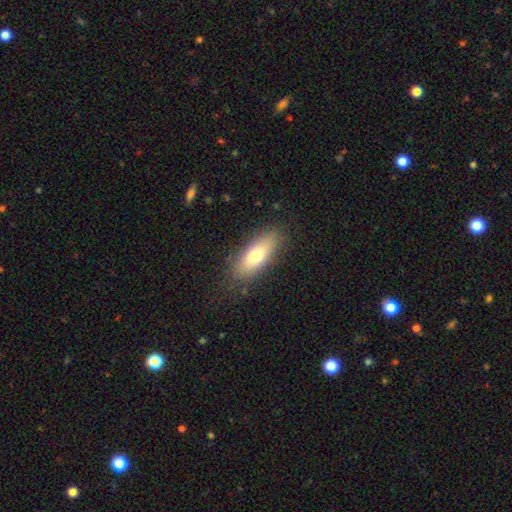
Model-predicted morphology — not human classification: A smooth galaxy with no disk features (72%) that is in between round and cigar-shaped (68%).

Vote fractions:
- Smooth or featured? smooth: 72% / featured or disk: 21% / star or artifact: 7%
- How rounded? in between: 68% / cigar-shaped: 29% / round: 3%
- Merging? none: 83% / minor disturbance: 12% / major disturbance: 4% / merger: 1%